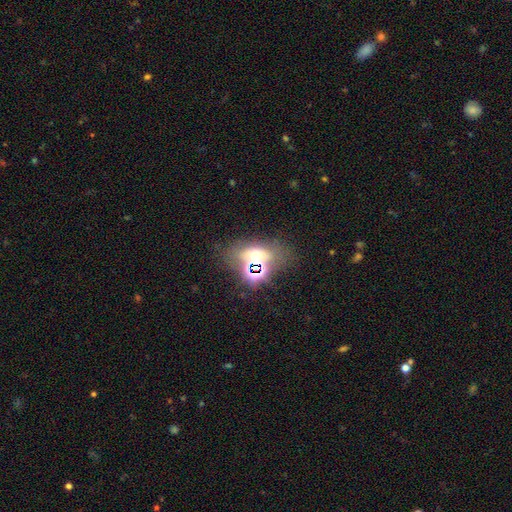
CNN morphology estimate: smooth 41%, star or artifact 39%, featured or disk 20%. Down the decision tree: merging — none (59%).